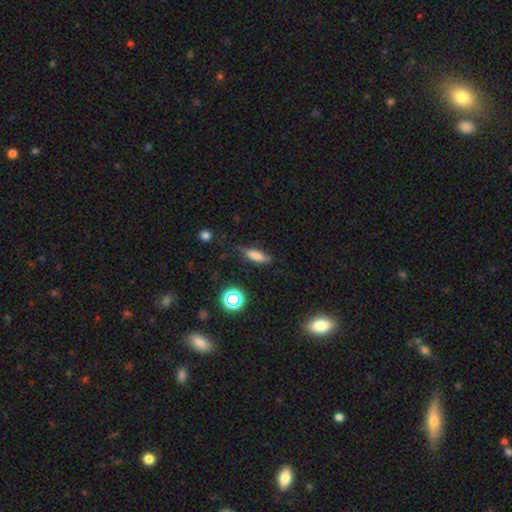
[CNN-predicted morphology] Overall: smooth (74%). How rounded: in between (49%; cigar-shaped 48%). Merging: none (72%).